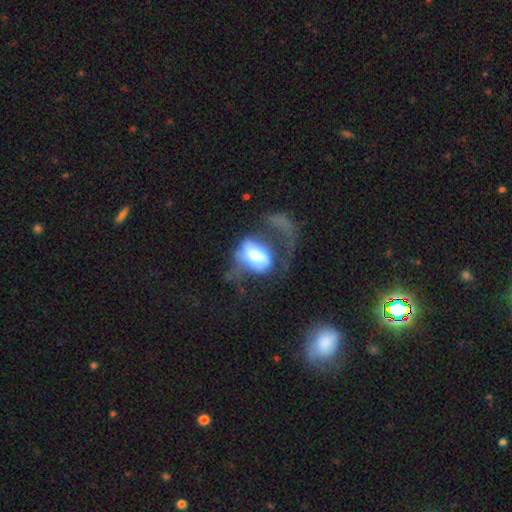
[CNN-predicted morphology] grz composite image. It shows a smooth galaxy with no disk features (47%). Merging: major disturbance (66%).